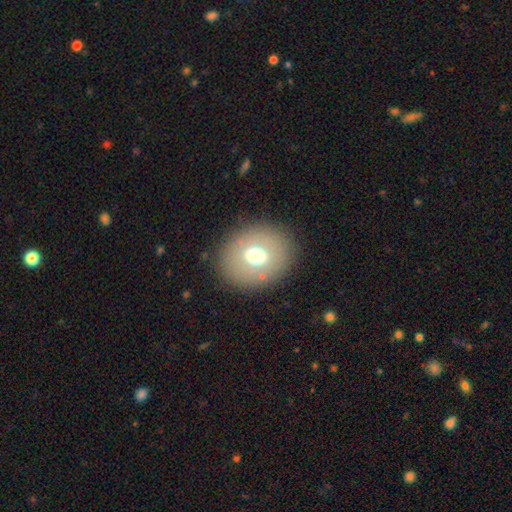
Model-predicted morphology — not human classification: smooth 65%, featured or disk 23%, star or artifact 12%. Down the decision tree: how rounded — round (63%); merging — none (86%).